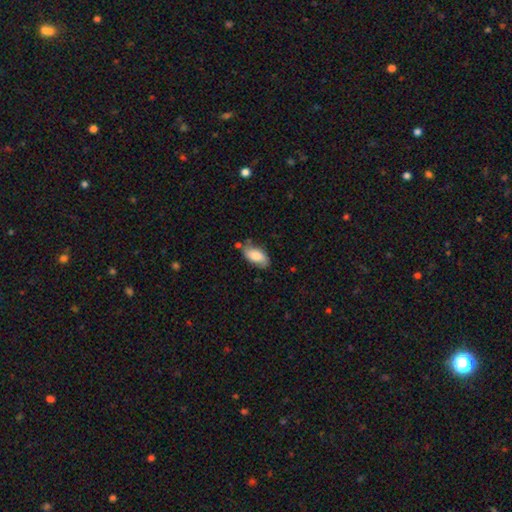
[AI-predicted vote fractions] smooth_or_featured: smooth (p=0.75) [alt: featured or disk p=0.18]
how_rounded: in between (p=0.92) [alt: cigar-shaped p=0.05]
merging: none (p=0.66) [alt: minor disturbance p=0.23]